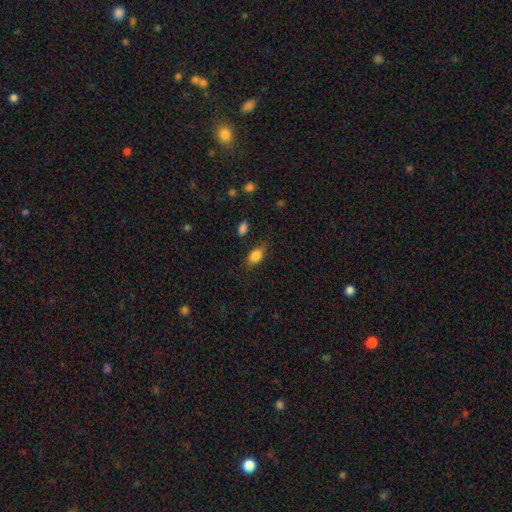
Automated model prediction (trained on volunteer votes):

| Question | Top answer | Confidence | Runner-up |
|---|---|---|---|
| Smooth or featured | smooth | 83% | star or artifact (8%) |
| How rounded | in between | 85% | round (10%) |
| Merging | none | 75% | minor disturbance (18%) |